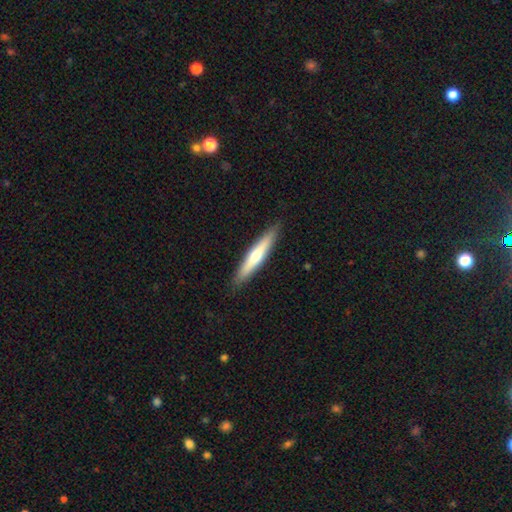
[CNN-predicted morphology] Smooth or featured?
  - smooth: 50% *
  - featured or disk: 45%
  - star or artifact: 5%
Merging?
  - none: 90% *
  - minor disturbance: 7%
  - major disturbance: 1%
  - merger: 1%